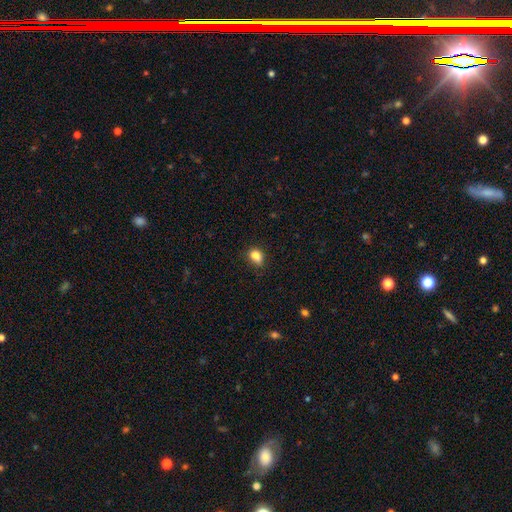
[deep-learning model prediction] smooth_or_featured: smooth (p=0.83) [alt: star or artifact p=0.11]
how_rounded: in between (p=0.68) [alt: round p=0.30]
merging: none (p=0.65) [alt: minor disturbance p=0.25]